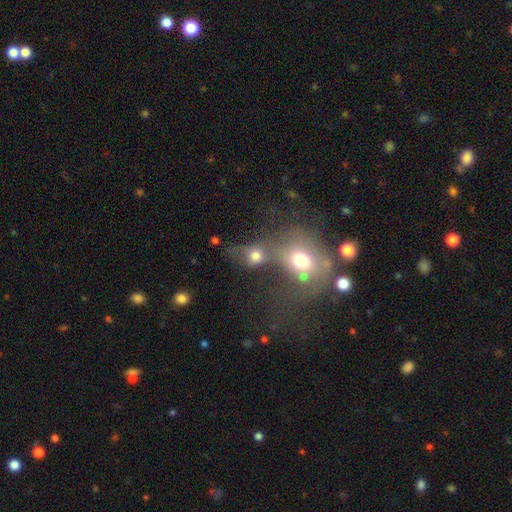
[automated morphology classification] A smooth galaxy with no disk features (70%) that is round (62%). Merging: merger (53%).